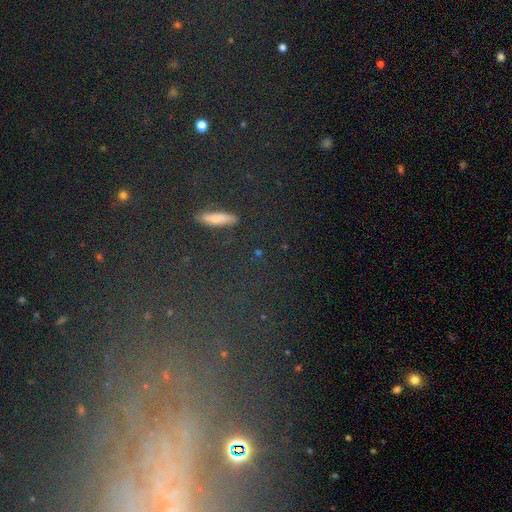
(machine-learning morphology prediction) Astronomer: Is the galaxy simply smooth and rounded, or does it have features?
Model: star or artifact — 39% (runner-up: featured or disk, 35%).